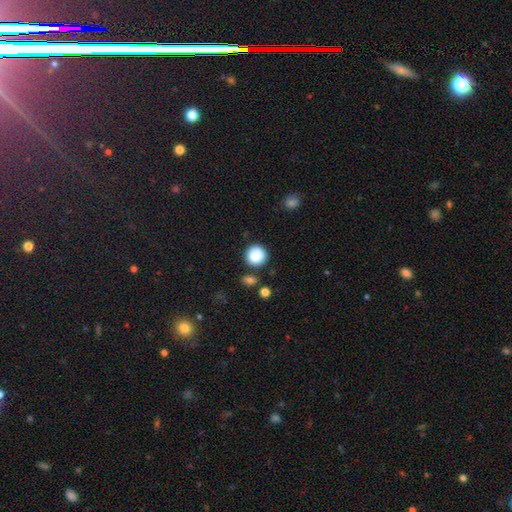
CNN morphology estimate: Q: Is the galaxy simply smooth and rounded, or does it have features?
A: smooth — 86%.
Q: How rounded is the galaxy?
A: round — 94%.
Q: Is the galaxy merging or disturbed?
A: none — 84%.